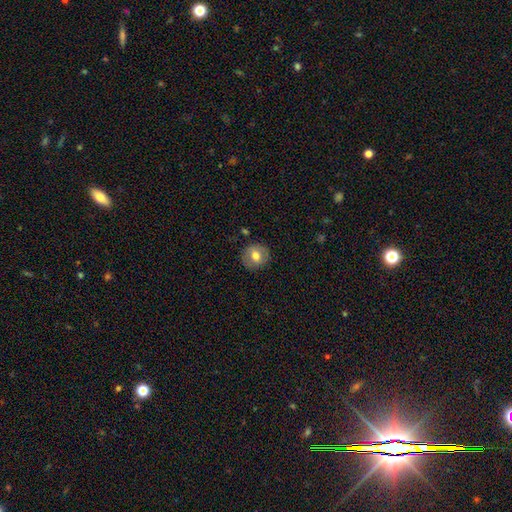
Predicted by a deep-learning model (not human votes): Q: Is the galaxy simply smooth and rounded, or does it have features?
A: smooth — 68%.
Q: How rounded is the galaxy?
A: round — 86%.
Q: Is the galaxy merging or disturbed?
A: none — 87%.